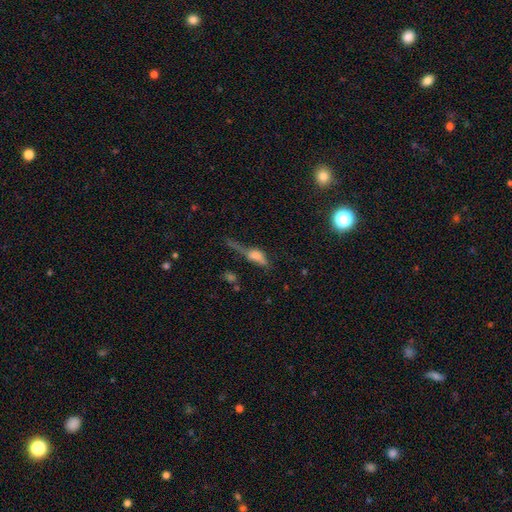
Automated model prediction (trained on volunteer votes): The model was most divided on "smooth or featured": smooth: 46%, featured or disk: 38%, star or artifact: 16%. Remaining: merging — major disturbance (39%).